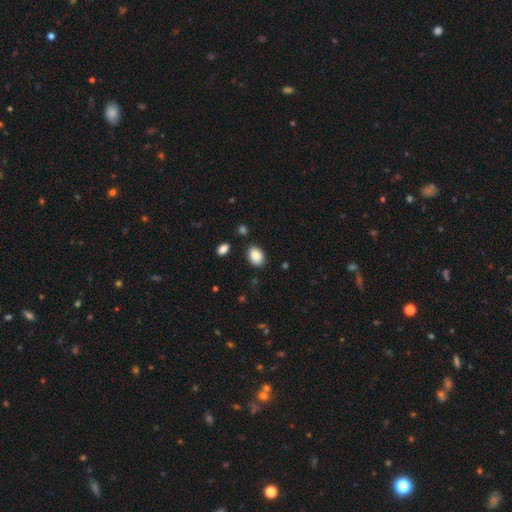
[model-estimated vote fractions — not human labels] smooth-or-featured: smooth: 88% | star or artifact: 7% | featured or disk: 5%
  how-rounded: in between: 77% | round: 22% | cigar-shaped: 1%
  merging: none: 84% | minor disturbance: 11% | merger: 3% | major disturbance: 3%